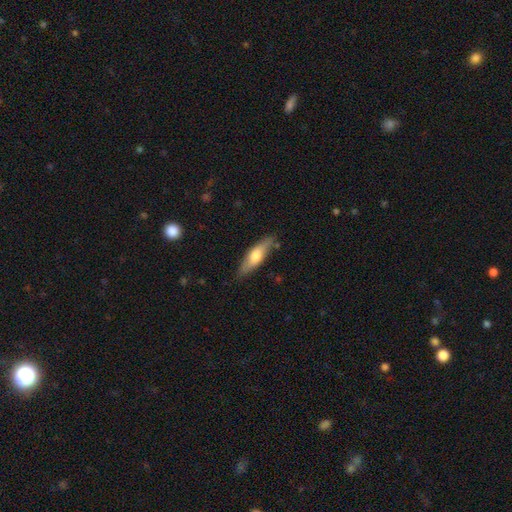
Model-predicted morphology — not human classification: smooth 59%, featured or disk 35%, star or artifact 5%. Down the decision tree: how rounded — cigar-shaped (57%); merging — none (79%).